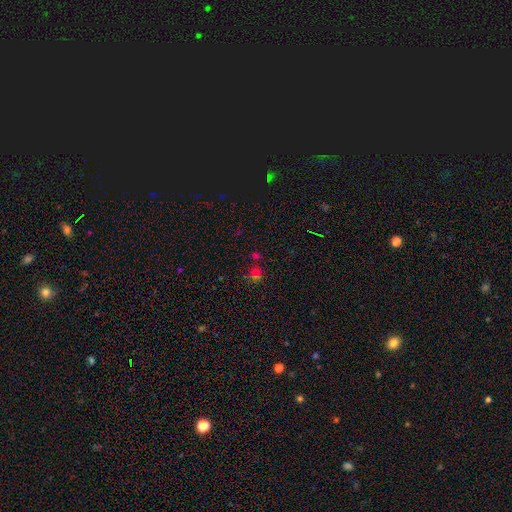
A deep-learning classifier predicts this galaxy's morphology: smooth-or-featured: star or artifact: 47% | smooth: 44% | featured or disk: 9%